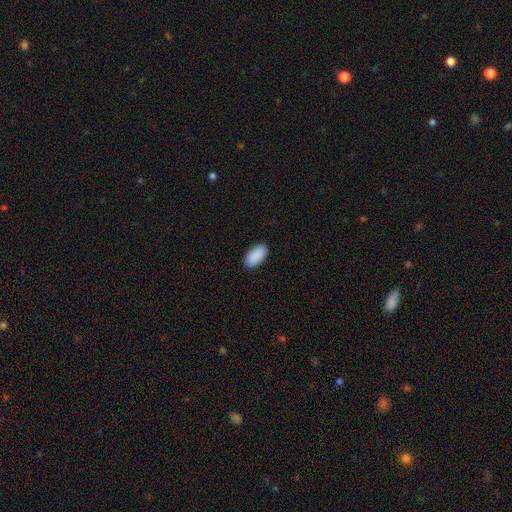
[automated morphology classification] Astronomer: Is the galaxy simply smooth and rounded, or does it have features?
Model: smooth — 91%.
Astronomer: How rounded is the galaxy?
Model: in between — 95%.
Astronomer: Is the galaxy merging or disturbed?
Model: none — 89%.